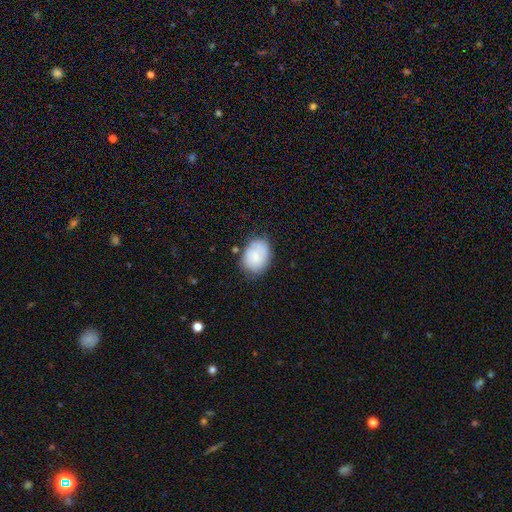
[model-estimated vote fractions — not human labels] Smooth or featured?
  - smooth: 76% *
  - featured or disk: 17%
  - star or artifact: 7%
How rounded?
  - in between: 65% *
  - round: 34%
  - cigar-shaped: 1%
Merging?
  - none: 69% *
  - minor disturbance: 22%
  - major disturbance: 5%
  - merger: 3%